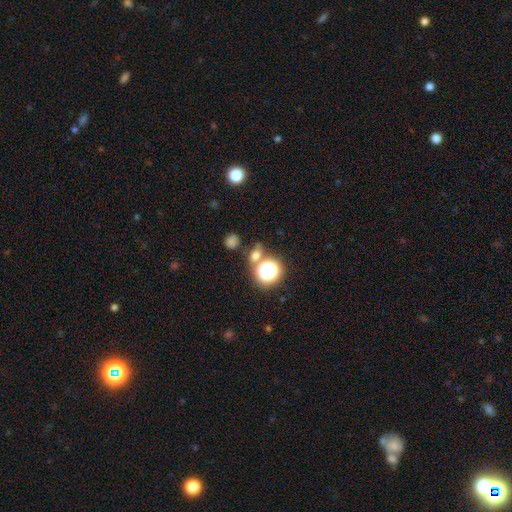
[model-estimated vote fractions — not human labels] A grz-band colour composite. It shows a smooth galaxy with no disk features (58%) that is round (73%). Merging: none (66%).